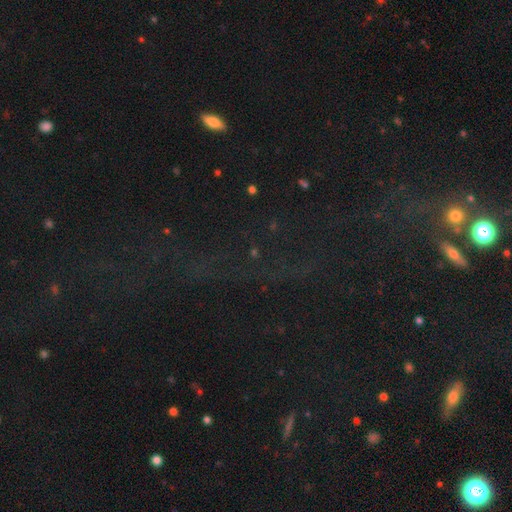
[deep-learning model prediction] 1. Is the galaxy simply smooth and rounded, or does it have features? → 68% star or artifact, 18% smooth, 14% featured or disk.